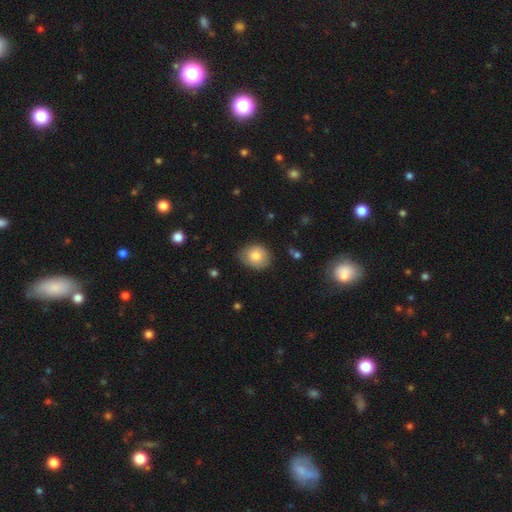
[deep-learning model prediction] Smooth or featured? Predicted: smooth (p=0.81). How rounded? Predicted: round (p=0.58). Merging? Predicted: none (p=0.71).